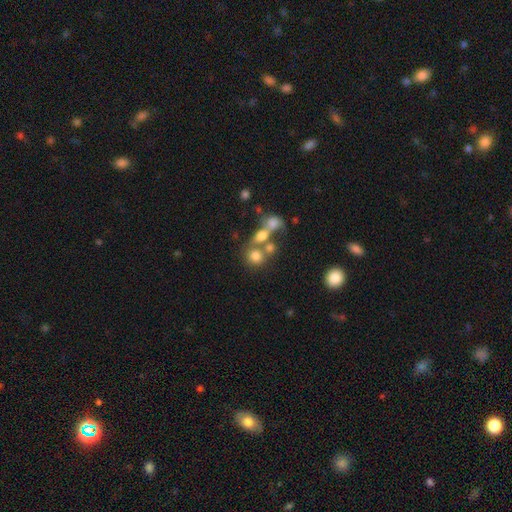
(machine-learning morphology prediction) This appears to be a smooth galaxy with no disk features (69%) that is round (75%). Merging: none (42%).